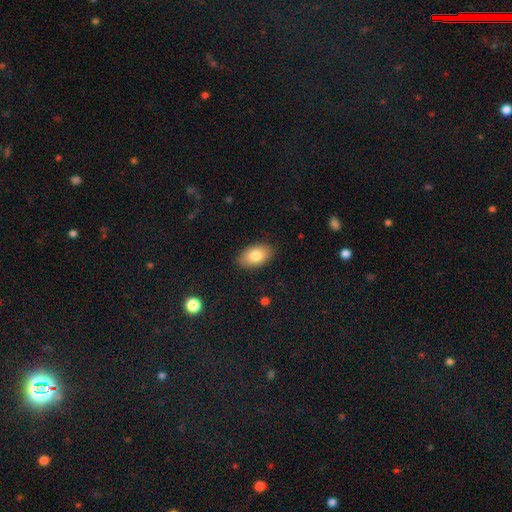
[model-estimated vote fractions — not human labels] Smooth or featured? Predicted: smooth (p=0.81). How rounded? Predicted: in between (p=0.93). Merging? Predicted: none (p=0.87).